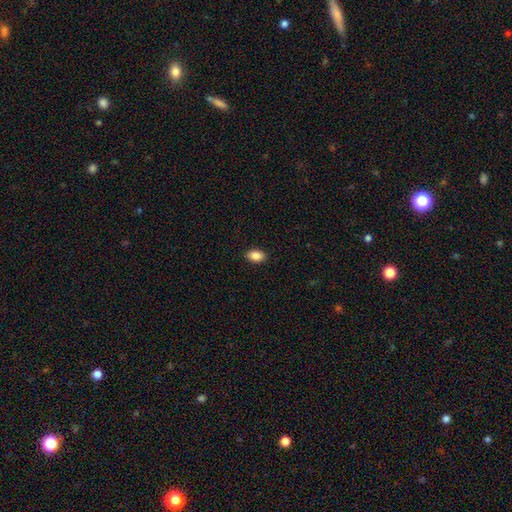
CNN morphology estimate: smooth 88%, star or artifact 8%, featured or disk 4%. Down the decision tree: how rounded — in between (90%); merging — none (90%).